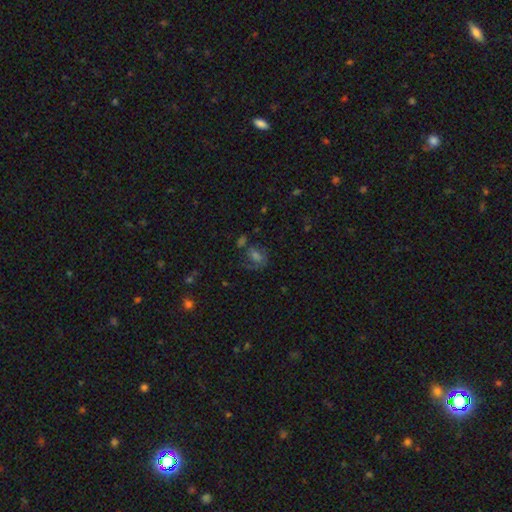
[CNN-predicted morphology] The model was most divided on "smooth or featured": smooth: 38%, star or artifact: 32%, featured or disk: 30%. Remaining: merging — none (49%).